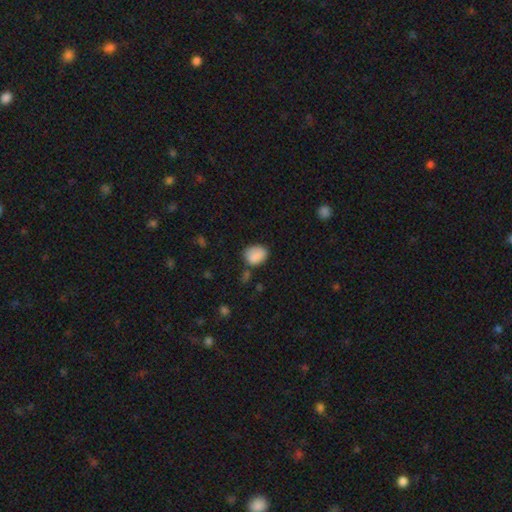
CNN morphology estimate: smooth-or-featured: smooth: 83% | featured or disk: 9% | star or artifact: 8%
  how-rounded: in between: 63% | round: 36% | cigar-shaped: 1%
  merging: none: 60% | minor disturbance: 26% | major disturbance: 7% | merger: 7%